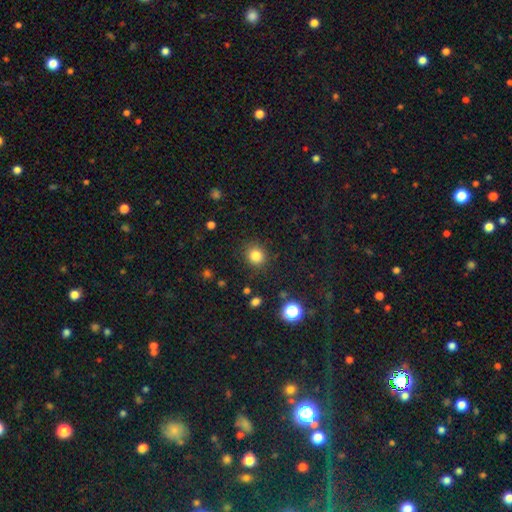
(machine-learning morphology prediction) The model was most divided on "how rounded": round: 82%, in between: 17%, cigar-shaped: 1%. More confident: merging — none (88%); smooth or featured — smooth (83%).